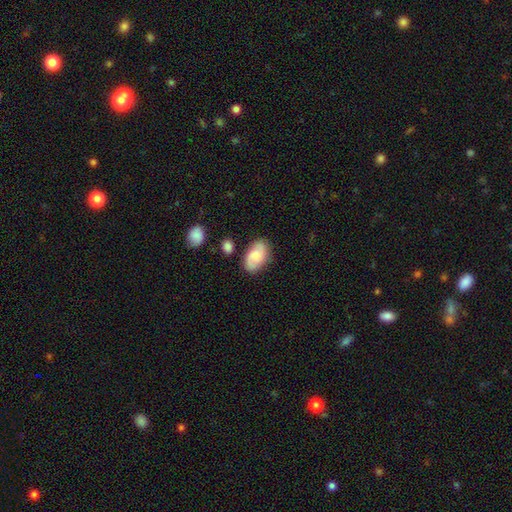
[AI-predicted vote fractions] This is possibly a smooth galaxy (58%). How rounded: clearly in between (92%). Merging: likely none (73%).